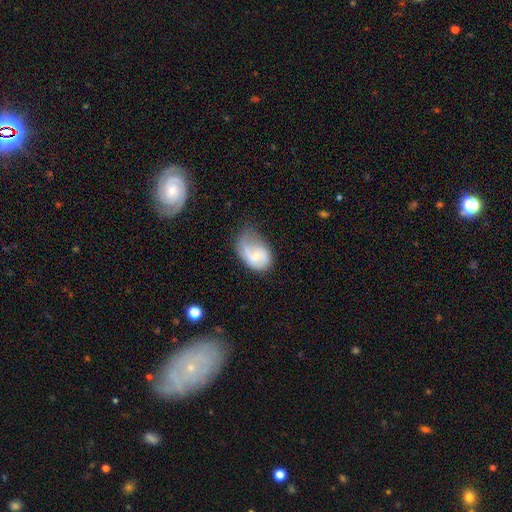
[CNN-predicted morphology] The model was most divided on "smooth or featured": smooth: 50%, featured or disk: 44%, star or artifact: 7%. Remaining: merging — minor disturbance (40%).